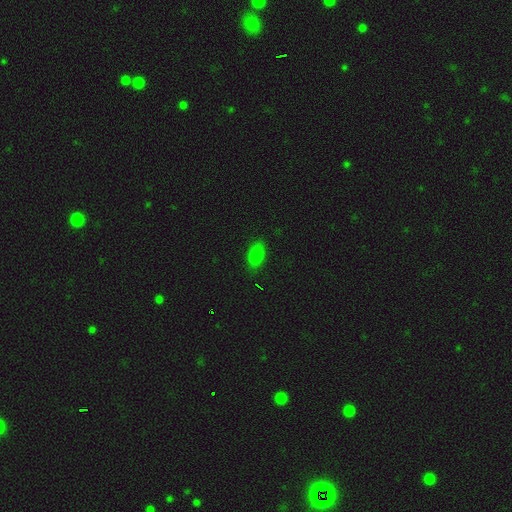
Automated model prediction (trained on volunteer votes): smooth-or-featured: smooth: 81% | star or artifact: 13% | featured or disk: 7%
  how-rounded: in between: 87% | round: 8% | cigar-shaped: 5%
  merging: none: 81% | minor disturbance: 15% | major disturbance: 3% | merger: 1%